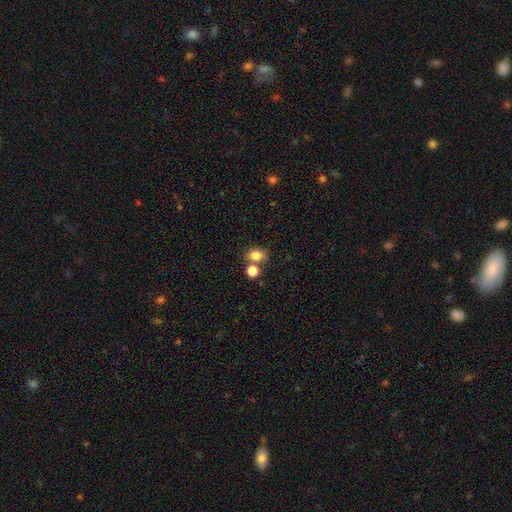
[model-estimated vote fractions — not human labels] Q: Smooth or featured?
A: smooth (81%); runner-up: star or artifact (12%)
Q: How rounded?
A: in between (54%); runner-up: round (45%)
Q: Merging?
A: none (62%); runner-up: merger (23%)